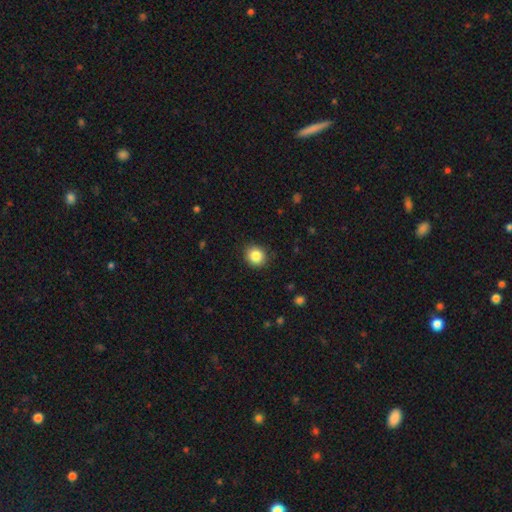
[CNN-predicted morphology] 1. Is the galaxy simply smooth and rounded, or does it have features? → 86% smooth, 9% star or artifact, 5% featured or disk.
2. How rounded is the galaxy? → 84% round, 15% in between, 1% cigar-shaped.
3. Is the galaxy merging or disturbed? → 90% none, 7% minor disturbance, 2% major disturbance, 1% merger.